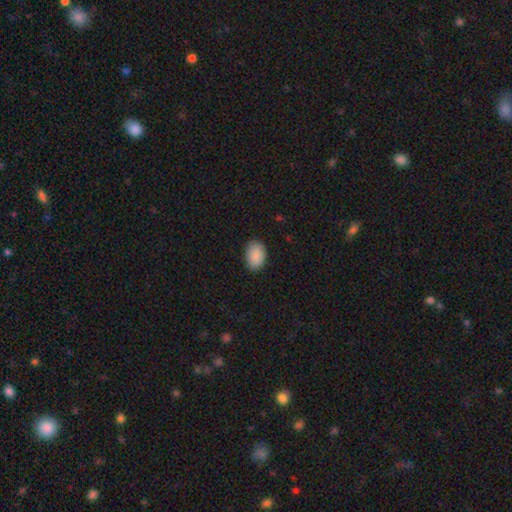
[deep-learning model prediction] smooth-or-featured: smooth: 90% | star or artifact: 7% | featured or disk: 3%
  how-rounded: in between: 85% | round: 14% | cigar-shaped: 1%
  merging: none: 85% | minor disturbance: 12% | major disturbance: 2% | merger: 1%